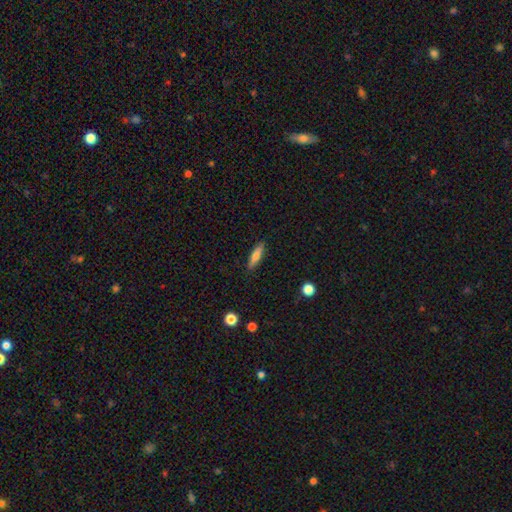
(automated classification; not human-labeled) Smooth or featured?
  - smooth: 74% *
  - featured or disk: 20%
  - star or artifact: 7%
How rounded?
  - cigar-shaped: 74% *
  - in between: 24%
  - round: 2%
Merging?
  - none: 88% *
  - minor disturbance: 8%
  - major disturbance: 2%
  - merger: 1%